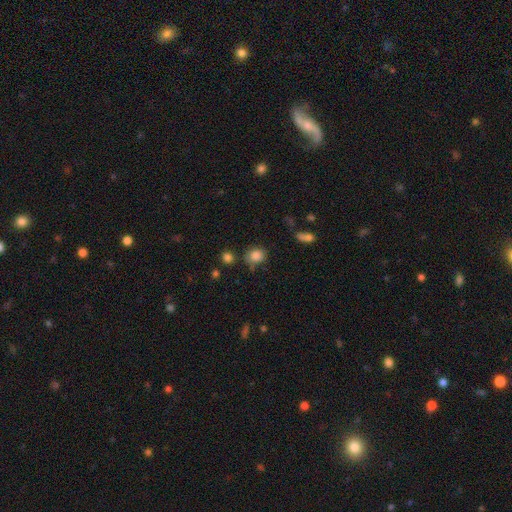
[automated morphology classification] smooth 84%, star or artifact 10%, featured or disk 6%. Down the decision tree: how rounded — round (70%); merging — none (74%).